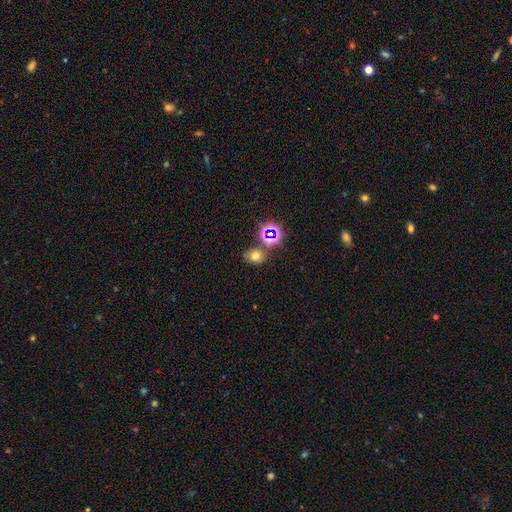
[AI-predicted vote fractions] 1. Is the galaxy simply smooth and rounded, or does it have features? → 62% smooth, 27% star or artifact, 11% featured or disk.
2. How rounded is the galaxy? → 56% round, 42% in between, 1% cigar-shaped.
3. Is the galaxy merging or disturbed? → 69% none, 14% merger, 13% minor disturbance, 5% major disturbance.